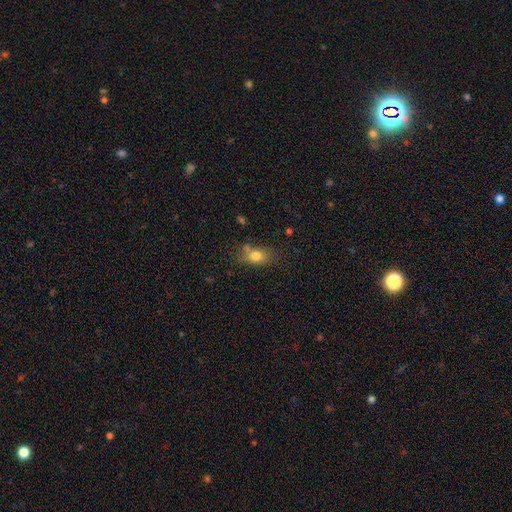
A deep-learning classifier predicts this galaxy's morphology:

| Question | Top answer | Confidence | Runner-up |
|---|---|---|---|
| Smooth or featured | smooth | 78% | featured or disk (11%) |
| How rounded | in between | 74% | round (21%) |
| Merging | none | 63% | minor disturbance (22%) |